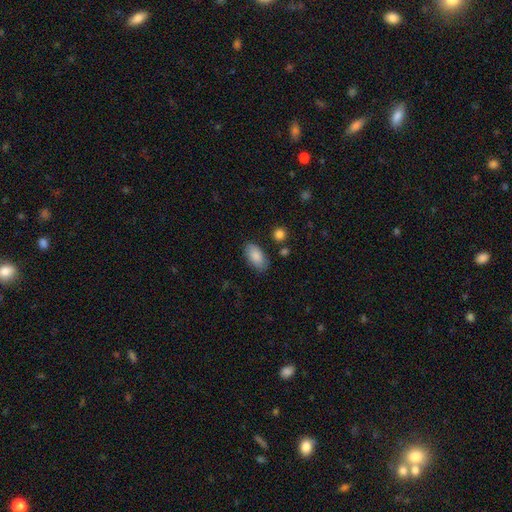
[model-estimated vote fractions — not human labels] Morphology: type=smooth (87%); roundness=in between (93%); merging=none (82%).